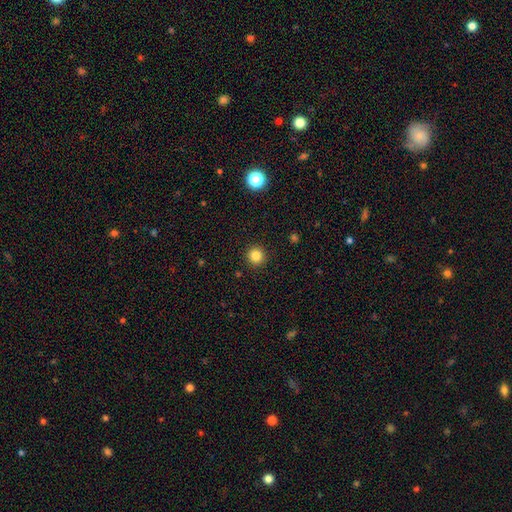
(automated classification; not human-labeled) Smooth or featured? Predicted: smooth (p=0.83). How rounded? Predicted: round (p=0.95). Merging? Predicted: none (p=0.93).